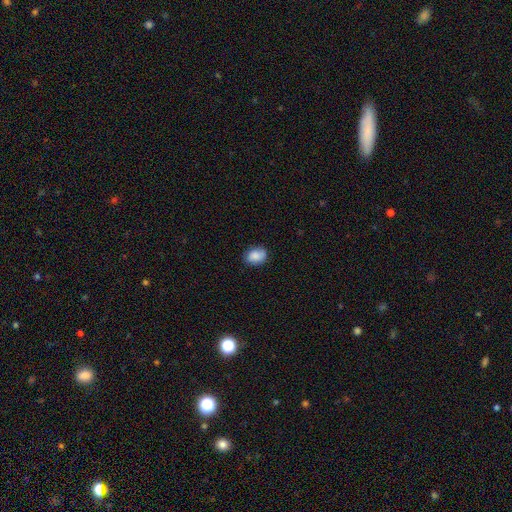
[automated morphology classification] Smooth or featured?
  - smooth: 79% *
  - featured or disk: 13%
  - star or artifact: 8%
How rounded?
  - in between: 67% *
  - round: 32%
  - cigar-shaped: 1%
Merging?
  - none: 77% *
  - minor disturbance: 18%
  - major disturbance: 4%
  - merger: 1%